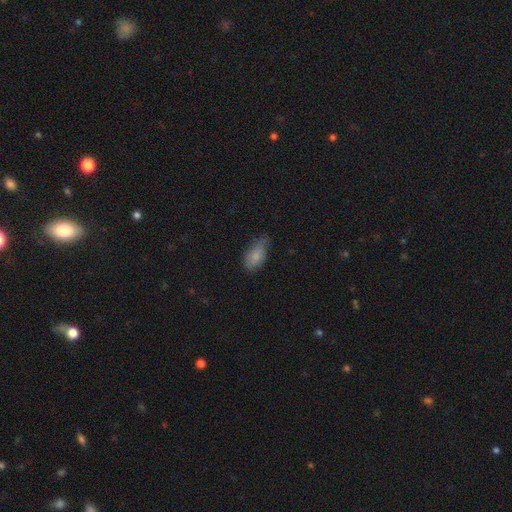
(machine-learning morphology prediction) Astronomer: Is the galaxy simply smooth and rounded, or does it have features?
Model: smooth — 81%.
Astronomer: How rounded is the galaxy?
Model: in between — 91%.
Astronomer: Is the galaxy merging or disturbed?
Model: none — 53% (runner-up: minor disturbance, 37%).